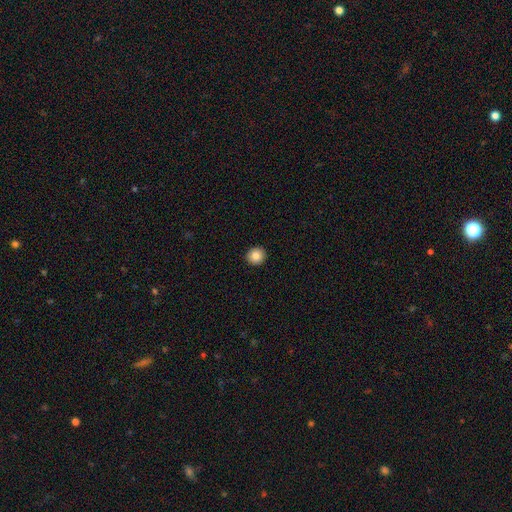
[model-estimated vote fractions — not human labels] The model was most divided on "smooth or featured": smooth: 84%, star or artifact: 9%, featured or disk: 6%. More confident: merging — none (93%); how rounded — round (90%).